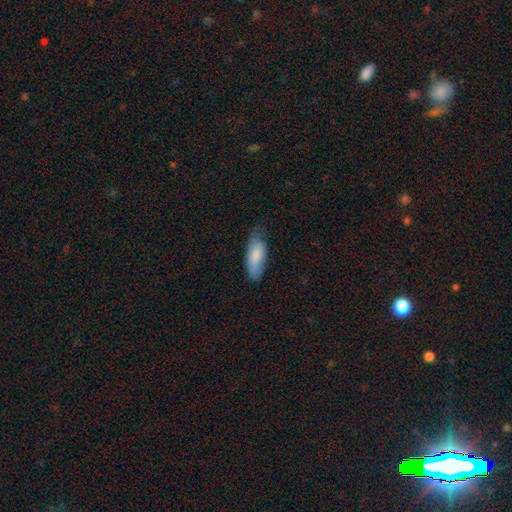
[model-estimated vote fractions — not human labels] A smooth galaxy with no disk features (81%) that is in between round and cigar-shaped (78%). Merging: none (62%).